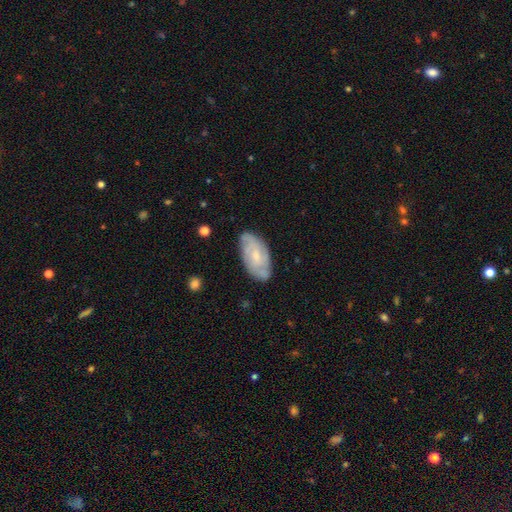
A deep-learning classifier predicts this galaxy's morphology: Q: Smooth or featured?
A: featured or disk (60%); runner-up: smooth (34%)
Q: Edge-on disk?
A: no (94%); runner-up: yes (6%)
Q: Bar?
A: no (61%); runner-up: weak (34%)
Q: Spiral arms?
A: yes (84%); runner-up: no (16%)
Q: Bulge size?
A: small (54%); runner-up: moderate (36%)
Q: Merging?
A: none (76%); runner-up: minor disturbance (19%)